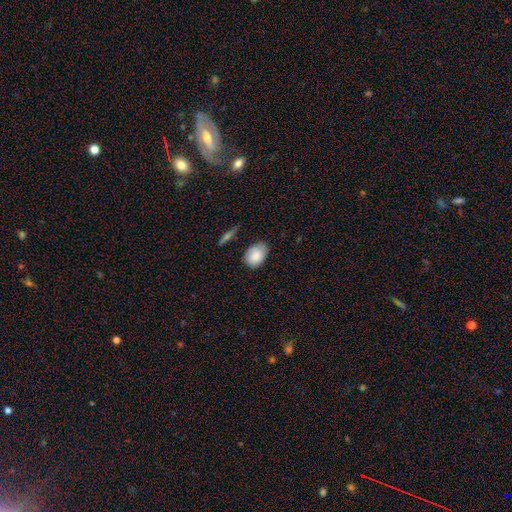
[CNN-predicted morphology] smooth_or_featured: smooth (p=0.83) [alt: featured or disk p=0.10]
how_rounded: in between (p=0.79) [alt: round p=0.20]
merging: none (p=0.68) [alt: minor disturbance p=0.25]